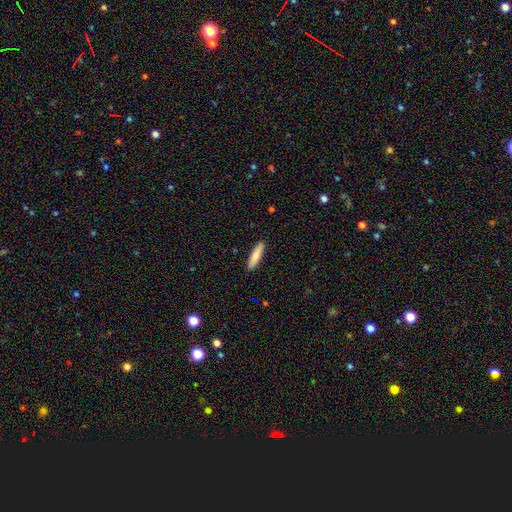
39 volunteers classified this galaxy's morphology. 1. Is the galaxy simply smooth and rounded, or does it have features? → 85% smooth, 15% featured or disk, 0% star or artifact.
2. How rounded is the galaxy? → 85% cigar-shaped, 15% in between, 0% round.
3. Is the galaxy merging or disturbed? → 95% none, 3% minor disturbance, 3% major disturbance, 0% merger.